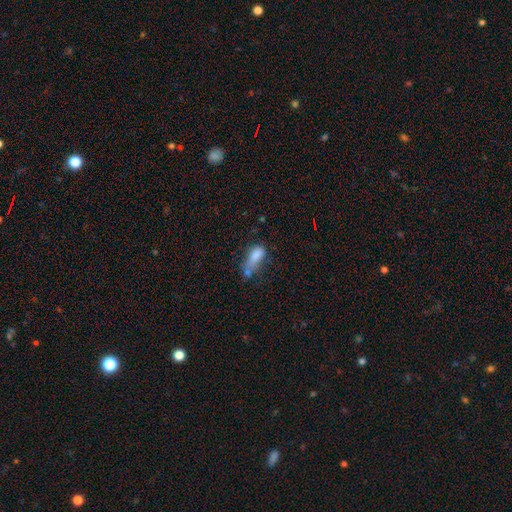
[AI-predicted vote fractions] Smooth or featured? Predicted: smooth (p=0.77). How rounded? Predicted: in between (p=0.79). Merging? Predicted: minor disturbance (p=0.28, tied with none).